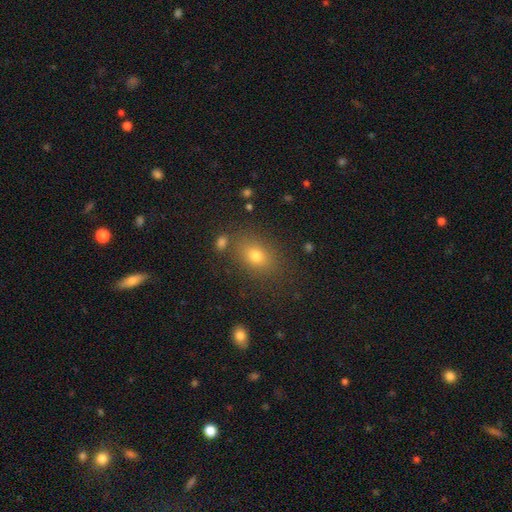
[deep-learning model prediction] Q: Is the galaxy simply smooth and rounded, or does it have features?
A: smooth — 74%.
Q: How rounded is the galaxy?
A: in between — 68%.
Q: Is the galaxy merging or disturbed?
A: none — 77%.